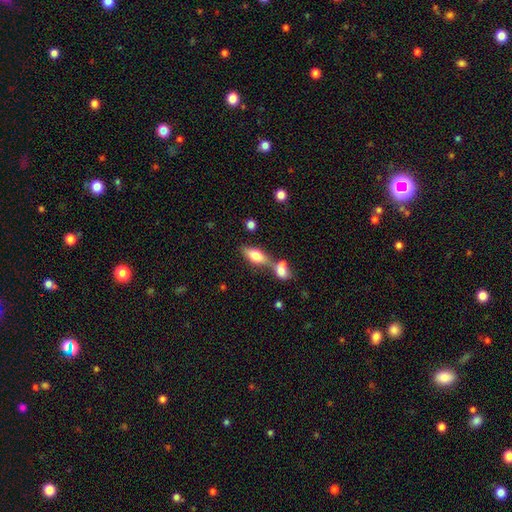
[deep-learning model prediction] A smooth galaxy with no disk features (64%) that is in between round and cigar-shaped (74%).

Vote fractions:
- Smooth or featured? smooth: 64% / featured or disk: 29% / star or artifact: 7%
- How rounded? in between: 74% / cigar-shaped: 22% / round: 4%
- Merging? none: 44% / merger: 42% / minor disturbance: 10% / major disturbance: 4%